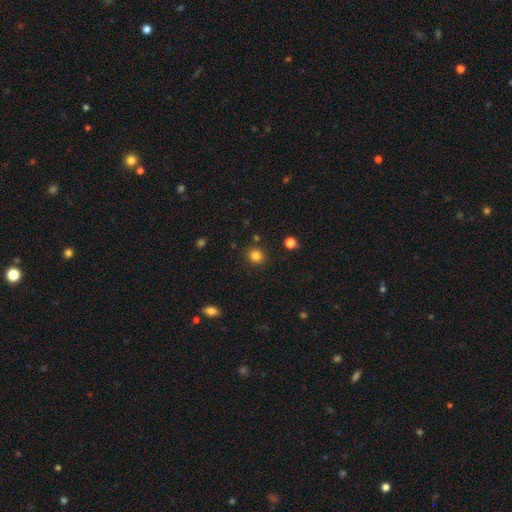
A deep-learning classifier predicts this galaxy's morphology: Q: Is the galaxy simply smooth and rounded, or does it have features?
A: smooth — 83%.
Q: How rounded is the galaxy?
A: round — 87%.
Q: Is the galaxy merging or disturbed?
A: none — 88%.